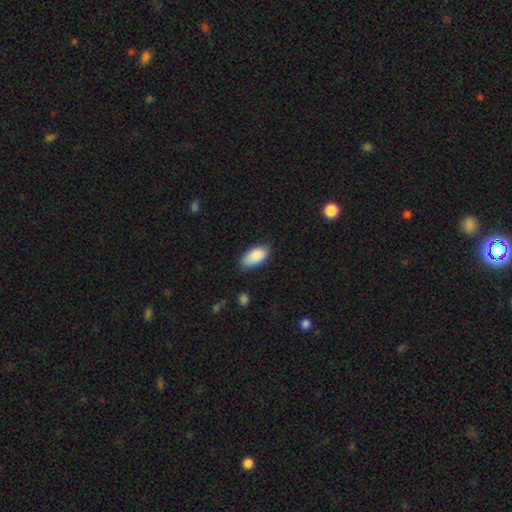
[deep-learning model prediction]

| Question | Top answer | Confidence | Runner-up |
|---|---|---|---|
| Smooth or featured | smooth | 89% | star or artifact (6%) |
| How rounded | in between | 93% | cigar-shaped (4%) |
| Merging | none | 80% | minor disturbance (16%) |